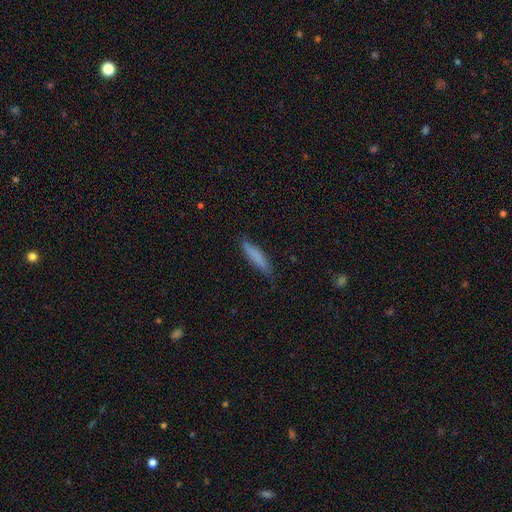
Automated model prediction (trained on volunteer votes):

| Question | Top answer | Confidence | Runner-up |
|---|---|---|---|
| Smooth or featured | smooth | 77% | featured or disk (17%) |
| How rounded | cigar-shaped | 87% | in between (12%) |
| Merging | none | 78% | minor disturbance (17%) |